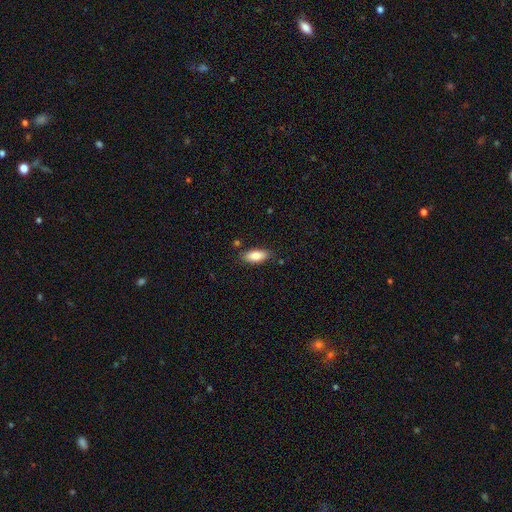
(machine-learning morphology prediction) This appears to be a smooth galaxy with no disk features (84%) that is in between round and cigar-shaped (85%). Merging: none (81%).